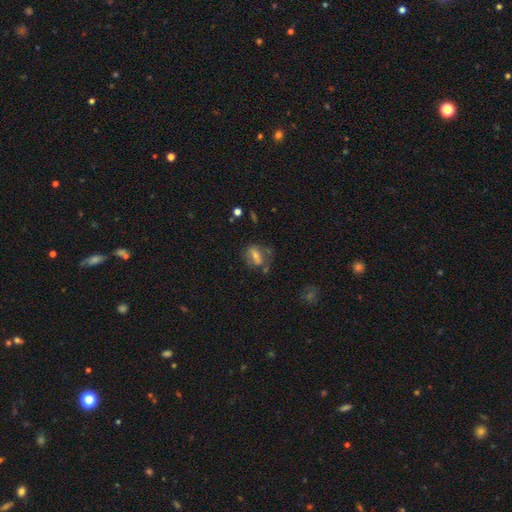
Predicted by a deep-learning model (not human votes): This appears to be a featured or disk galaxy (42%). Merging: none (54%).